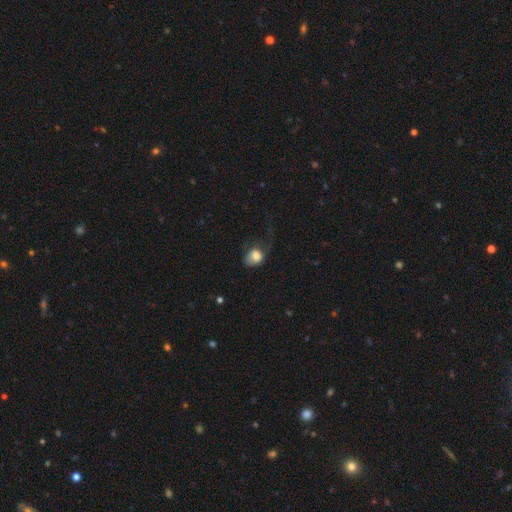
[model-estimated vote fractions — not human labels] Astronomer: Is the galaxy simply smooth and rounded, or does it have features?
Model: smooth — 78%.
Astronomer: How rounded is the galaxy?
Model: in between — 53% (runner-up: round, 46%).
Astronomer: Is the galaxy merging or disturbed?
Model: major disturbance — 47% (runner-up: none, 26%).